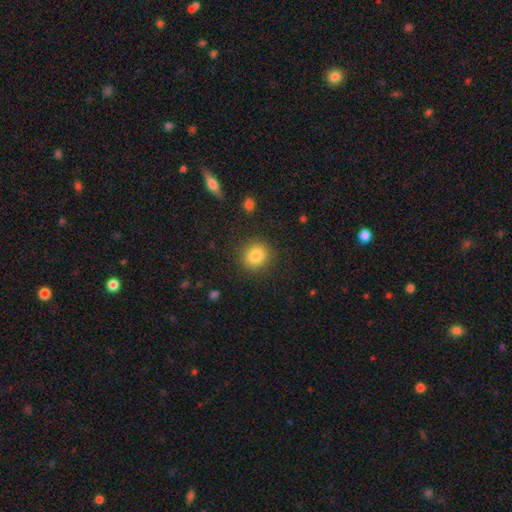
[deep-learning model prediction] Q: Smooth or featured?
A: smooth (84%); runner-up: star or artifact (10%)
Q: How rounded?
A: round (81%); runner-up: in between (18%)
Q: Merging?
A: none (88%); runner-up: minor disturbance (7%)